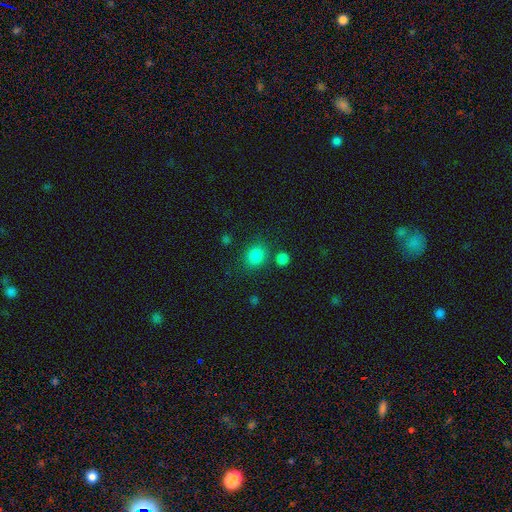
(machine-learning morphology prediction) smooth 84%, star or artifact 12%, featured or disk 5%. Down the decision tree: how rounded — round (66%); merging — none (75%).